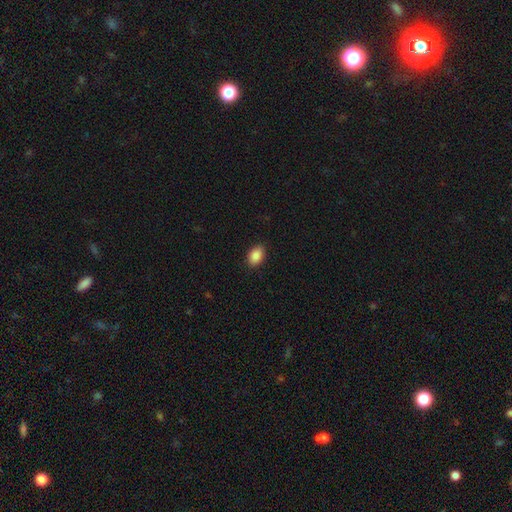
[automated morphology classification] A smooth galaxy with no disk features (89%) that is in between round and cigar-shaped (84%).

Vote fractions:
- Smooth or featured? smooth: 89% / star or artifact: 8% / featured or disk: 3%
- How rounded? in between: 84% / round: 15% / cigar-shaped: 1%
- Merging? none: 89% / minor disturbance: 8% / major disturbance: 2% / merger: 1%